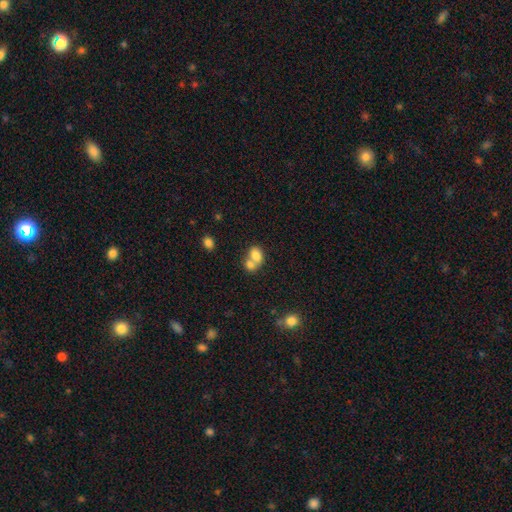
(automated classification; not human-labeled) A smooth galaxy with no disk features (77%) that is in between round and cigar-shaped (67%). Merging: merger (67%).